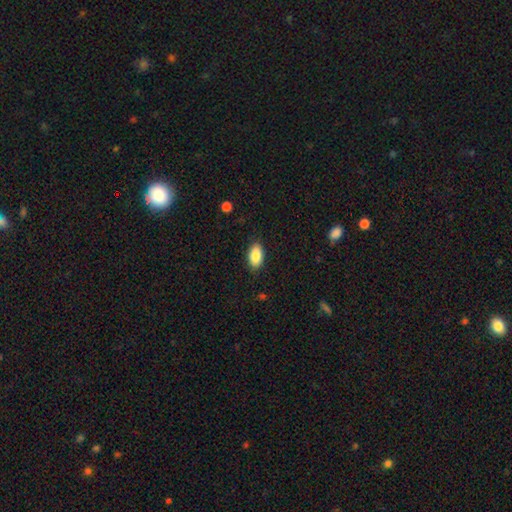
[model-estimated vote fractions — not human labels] Smooth or featured?
  - smooth: 87% *
  - star or artifact: 7%
  - featured or disk: 6%
How rounded?
  - in between: 94% *
  - round: 4%
  - cigar-shaped: 2%
Merging?
  - none: 87% *
  - minor disturbance: 10%
  - major disturbance: 2%
  - merger: 1%